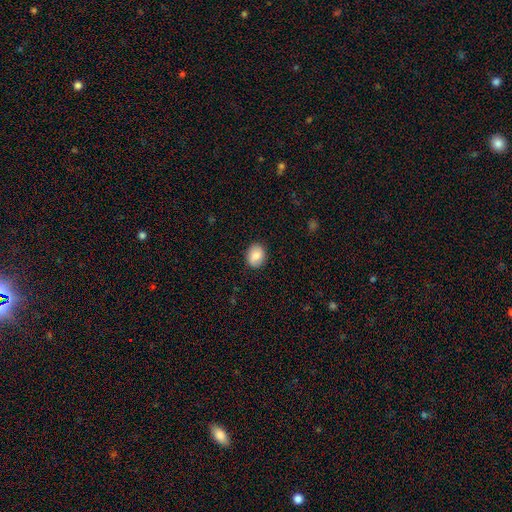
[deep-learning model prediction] A smooth galaxy with no disk features (83%) that is in between round and cigar-shaped (50%).

Vote fractions:
- Smooth or featured? smooth: 83% / featured or disk: 10% / star or artifact: 7%
- How rounded? in between: 50% / round: 49% / cigar-shaped: 1%
- Merging? none: 88% / minor disturbance: 9% / major disturbance: 2% / merger: 1%